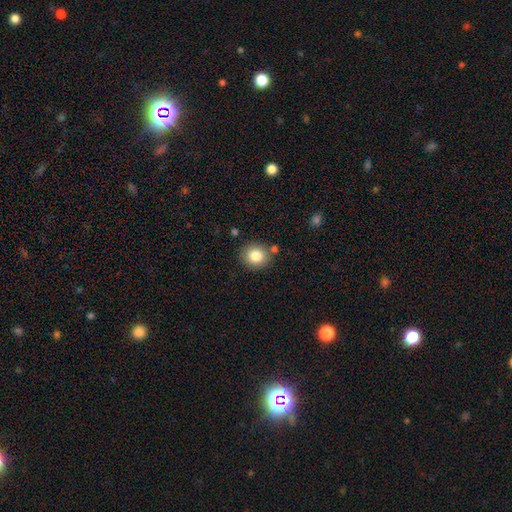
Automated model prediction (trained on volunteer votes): smooth 82%, star or artifact 10%, featured or disk 8%. Down the decision tree: how rounded — round (81%); merging — none (81%).